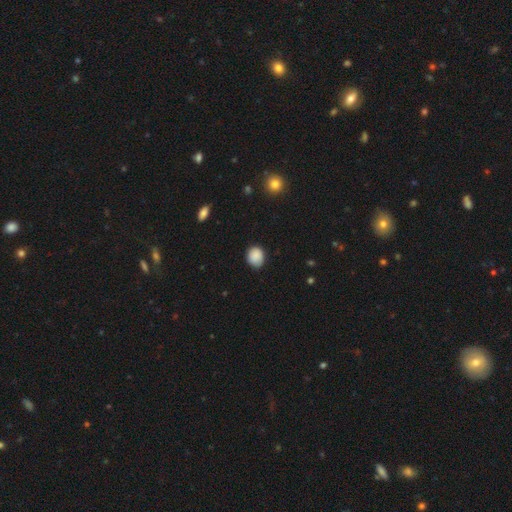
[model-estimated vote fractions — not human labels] This is clearly a smooth galaxy (88%). How rounded: likely round (70%). Merging: clearly none (80%).